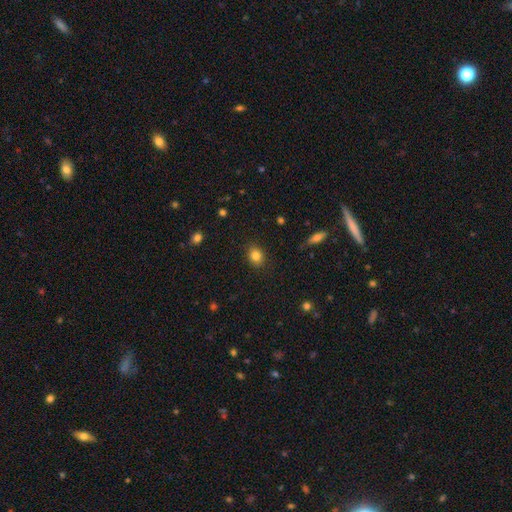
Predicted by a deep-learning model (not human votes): Smooth or featured: smooth — 84% (star or artifact — 10%)
How rounded: round — 54% (in between — 45%)
Merging: none — 87% (minor disturbance — 10%)